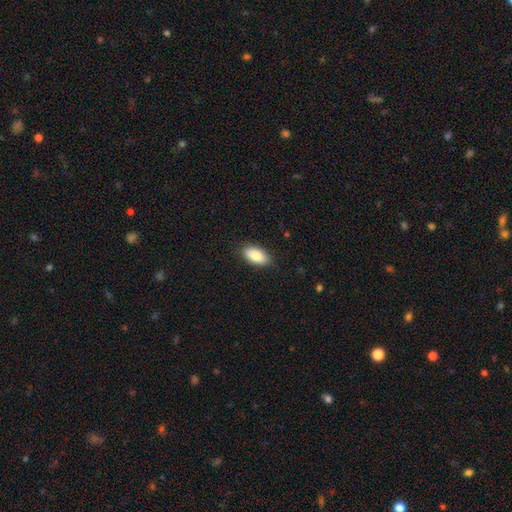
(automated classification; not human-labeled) smooth 83%, featured or disk 11%, star or artifact 7%. Down the decision tree: how rounded — in between (92%); merging — none (87%).